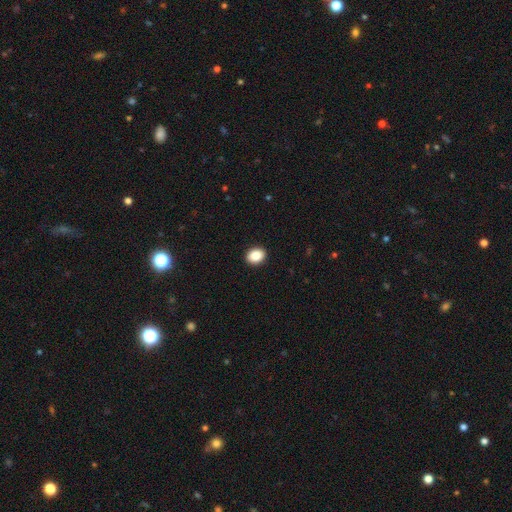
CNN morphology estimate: Smooth or featured?
  - smooth: 88% *
  - star or artifact: 8%
  - featured or disk: 4%
How rounded?
  - in between: 58% *
  - round: 41%
  - cigar-shaped: 1%
Merging?
  - none: 92% *
  - minor disturbance: 6%
  - major disturbance: 2%
  - merger: 1%